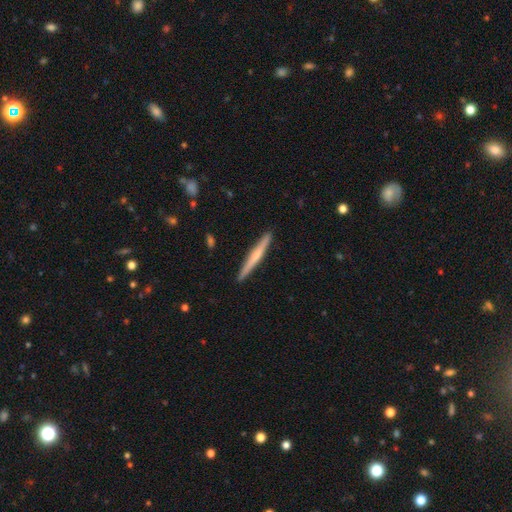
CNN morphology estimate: Overall: featured or disk (51%; smooth 44%). Edge-on disk: yes (97%). Merging: none (92%).